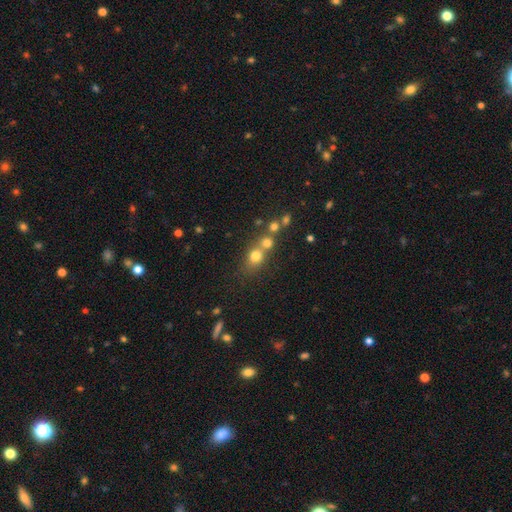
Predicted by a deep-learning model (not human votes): This is likely a smooth galaxy (72%). How rounded: likely round (71%). Merging: possibly merger (50%).